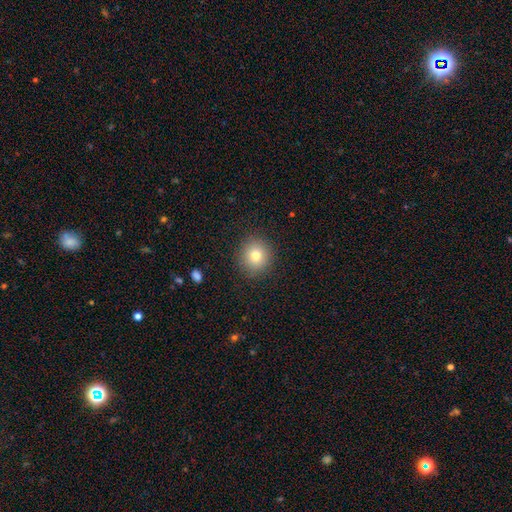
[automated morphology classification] This is likely a smooth galaxy (78%). How rounded: clearly round (89%). Merging: clearly none (90%).